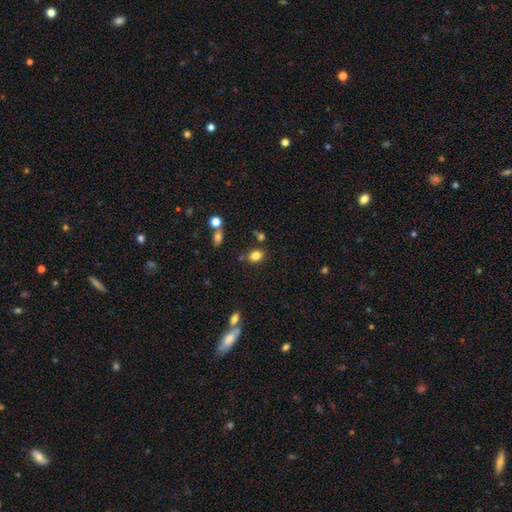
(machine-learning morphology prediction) Smooth or featured: smooth — 82% (star or artifact — 12%)
How rounded: in between — 53% (round — 46%)
Merging: none — 76% (minor disturbance — 13%)